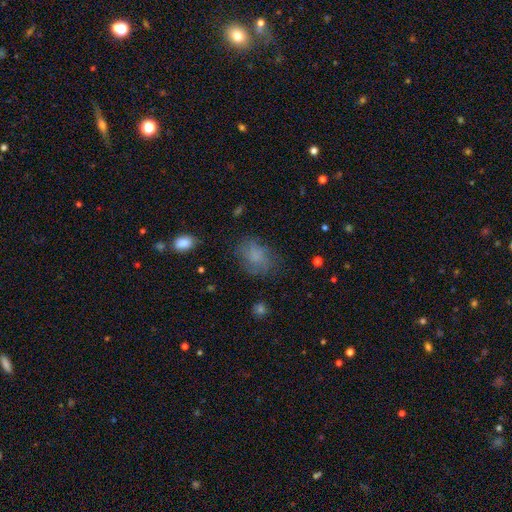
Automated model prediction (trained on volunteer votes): This is likely a smooth galaxy (69%). How rounded: likely in between (69%). Merging: likely none (66%).